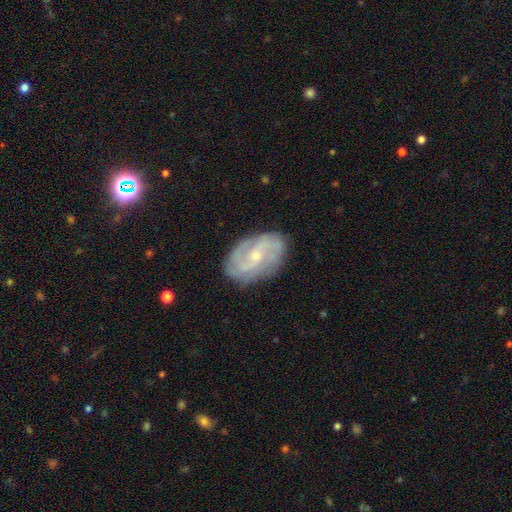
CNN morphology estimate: The model was most divided on "bar": no: 44%, weak: 43%, strong: 13%. Remaining: edge-on disk — no (96%); spiral arms — yes (93%); smooth or featured — featured or disk (80%); merging — none (79%); bulge size — small (68%); spiral winding — tight (43%); spiral arm count — 2 (42%).